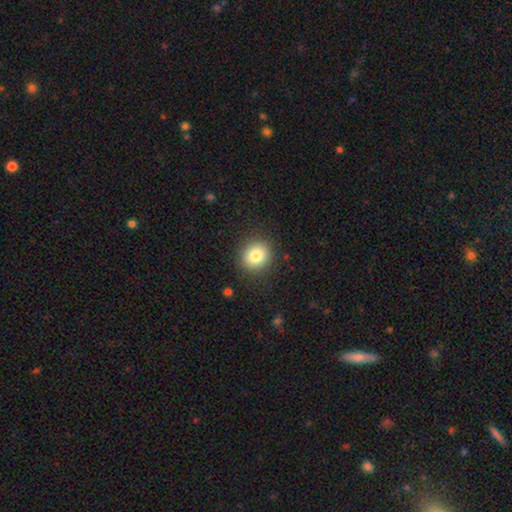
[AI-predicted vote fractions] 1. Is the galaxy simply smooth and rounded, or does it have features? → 83% smooth, 10% star or artifact, 7% featured or disk.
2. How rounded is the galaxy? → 82% round, 17% in between, 1% cigar-shaped.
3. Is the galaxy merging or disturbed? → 89% none, 7% minor disturbance, 3% major disturbance, 1% merger.